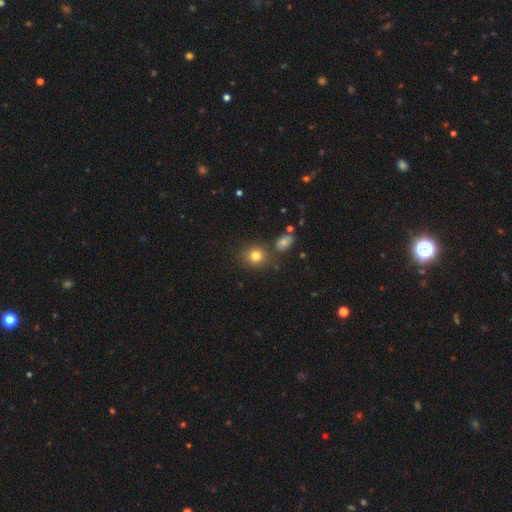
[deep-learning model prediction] Smooth or featured? Predicted: smooth (p=0.80). How rounded? Predicted: round (p=0.77). Merging? Predicted: none (p=0.78).